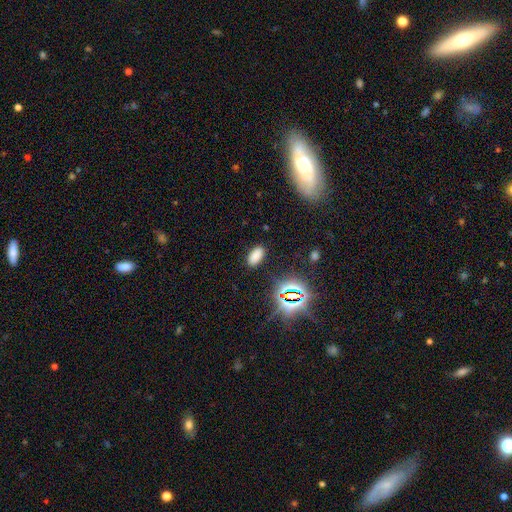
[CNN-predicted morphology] Smooth or featured? Predicted: smooth (p=0.74). How rounded? Predicted: in between (p=0.92). Merging? Predicted: none (p=0.87).